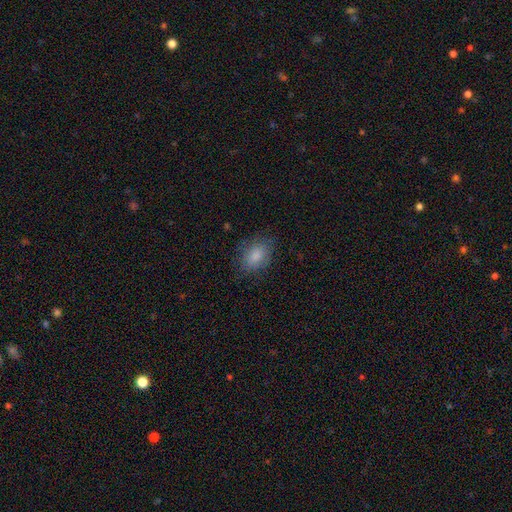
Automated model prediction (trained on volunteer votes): Smooth or featured?
  - smooth: 83% *
  - featured or disk: 9%
  - star or artifact: 8%
How rounded?
  - in between: 79% *
  - round: 19%
  - cigar-shaped: 1%
Merging?
  - none: 77% *
  - minor disturbance: 17%
  - major disturbance: 5%
  - merger: 1%